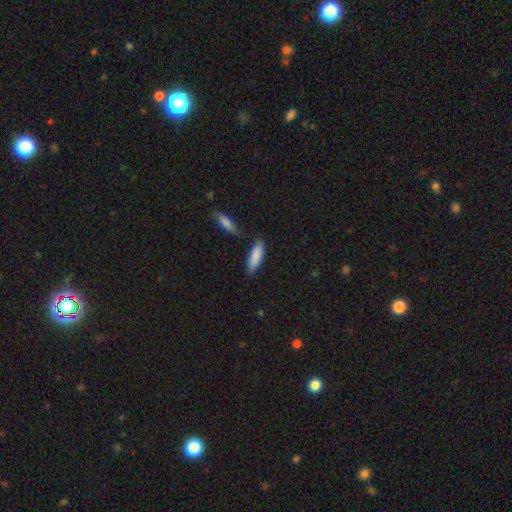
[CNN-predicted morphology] A smooth galaxy with no disk features (87%) that is in between round and cigar-shaped (51%).

Vote fractions:
- Smooth or featured? smooth: 87% / featured or disk: 8% / star or artifact: 6%
- How rounded? in between: 51% / cigar-shaped: 47% / round: 2%
- Merging? none: 73% / minor disturbance: 15% / merger: 9% / major disturbance: 3%